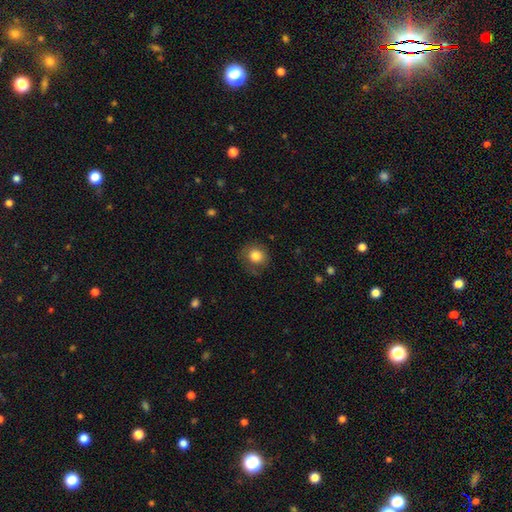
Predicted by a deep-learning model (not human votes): Smooth or featured: smooth — 81% (star or artifact — 9%)
How rounded: round — 84% (in between — 15%)
Merging: none — 72% (minor disturbance — 19%)